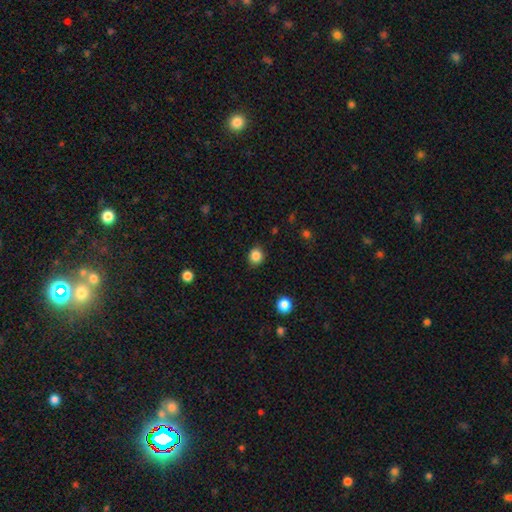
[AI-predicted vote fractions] A smooth galaxy with no disk features (86%) that is round (75%).

Vote fractions:
- Smooth or featured? smooth: 86% / star or artifact: 11% / featured or disk: 4%
- How rounded? round: 75% / in between: 24% / cigar-shaped: 1%
- Merging? none: 87% / minor disturbance: 9% / major disturbance: 2% / merger: 1%